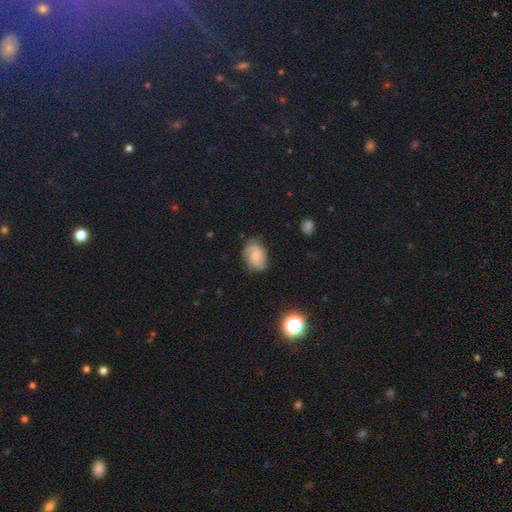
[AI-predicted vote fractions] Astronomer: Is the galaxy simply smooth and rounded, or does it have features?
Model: featured or disk — 59%.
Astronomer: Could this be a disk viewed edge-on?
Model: no — 97%.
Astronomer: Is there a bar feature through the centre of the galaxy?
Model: no — 57% (runner-up: weak, 37%).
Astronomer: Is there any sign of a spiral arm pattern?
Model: yes — 89%.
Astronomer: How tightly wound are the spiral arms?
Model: medium — 47% (runner-up: tight, 28%).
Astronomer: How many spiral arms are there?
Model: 2 — 77%.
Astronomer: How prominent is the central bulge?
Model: small — 48% (runner-up: moderate, 40%).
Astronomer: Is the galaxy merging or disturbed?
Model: none — 69%.